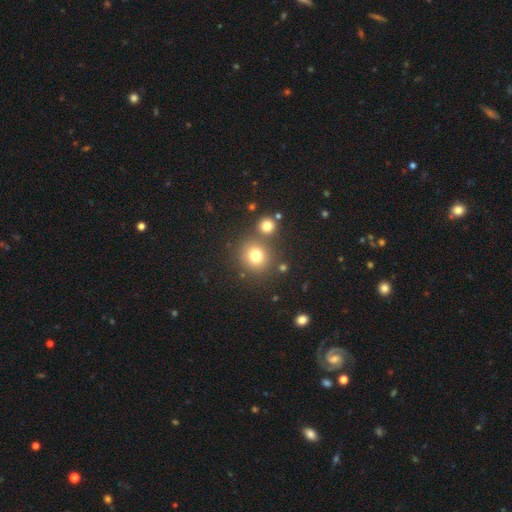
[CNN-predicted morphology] Overall: smooth (76%). How rounded: round (89%). Merging: none (74%).